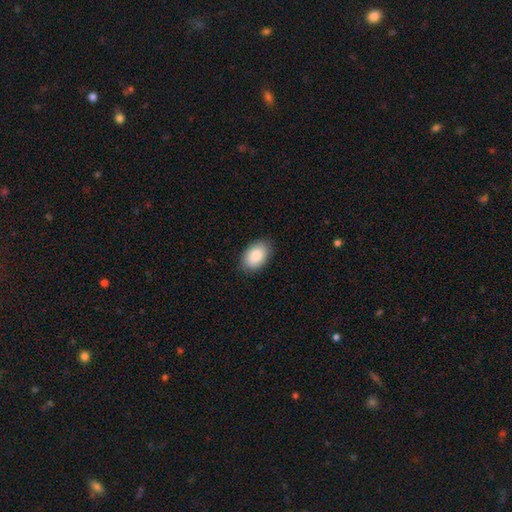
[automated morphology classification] Overall: smooth (86%). How rounded: in between (89%). Merging: none (87%).